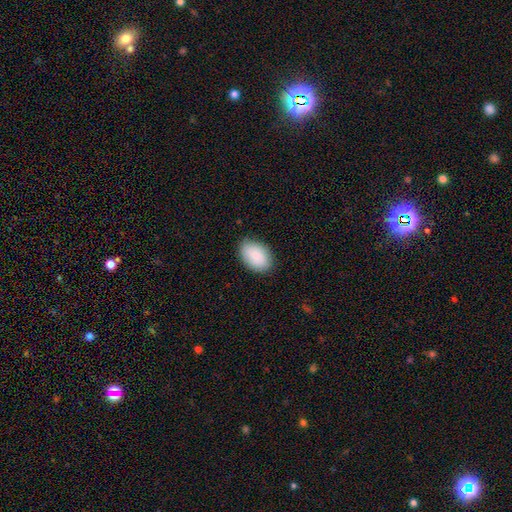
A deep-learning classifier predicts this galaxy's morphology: A smooth galaxy with no disk features (88%) that is in between round and cigar-shaped (90%). Merging: none (84%).